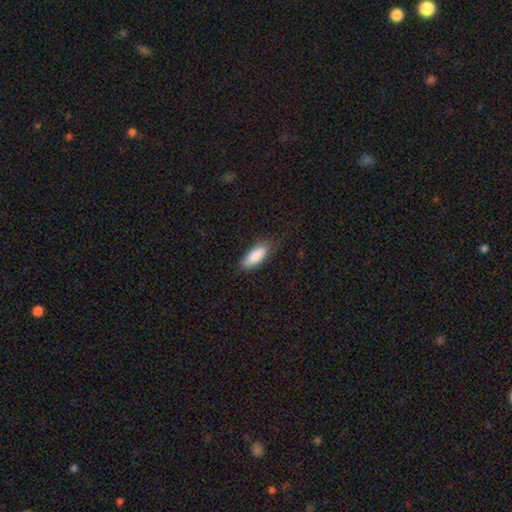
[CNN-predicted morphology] Smooth or featured?
  - smooth: 86% *
  - featured or disk: 8%
  - star or artifact: 6%
How rounded?
  - in between: 70% *
  - cigar-shaped: 28%
  - round: 2%
Merging?
  - none: 79% *
  - minor disturbance: 16%
  - major disturbance: 3%
  - merger: 1%